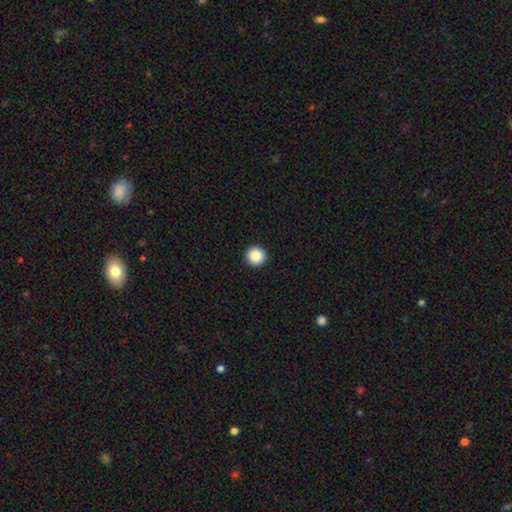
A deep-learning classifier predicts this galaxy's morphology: Smooth or featured?
  - smooth: 87% *
  - star or artifact: 9%
  - featured or disk: 3%
How rounded?
  - round: 96% *
  - in between: 3%
  - cigar-shaped: 1%
Merging?
  - none: 94% *
  - minor disturbance: 4%
  - major disturbance: 1%
  - merger: 1%